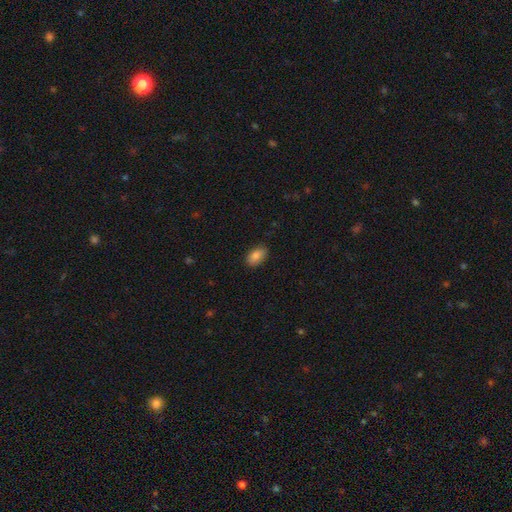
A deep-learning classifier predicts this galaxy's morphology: A smooth galaxy with no disk features (83%) that is in between round and cigar-shaped (91%).

Vote fractions:
- Smooth or featured? smooth: 83% / featured or disk: 9% / star or artifact: 8%
- How rounded? in between: 91% / round: 7% / cigar-shaped: 2%
- Merging? none: 84% / minor disturbance: 13% / major disturbance: 2% / merger: 1%